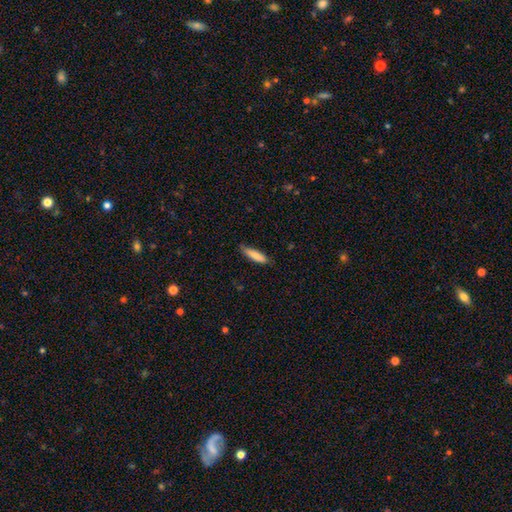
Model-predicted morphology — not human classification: Overall: smooth (82%). How rounded: cigar-shaped (72%). Merging: none (77%).